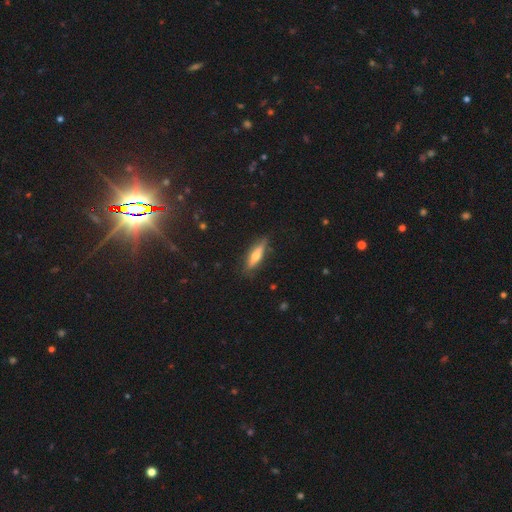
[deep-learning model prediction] Smooth or featured: smooth — 53% (featured or disk — 41%)
How rounded: cigar-shaped — 68% (in between — 30%)
Merging: none — 82% (minor disturbance — 14%)